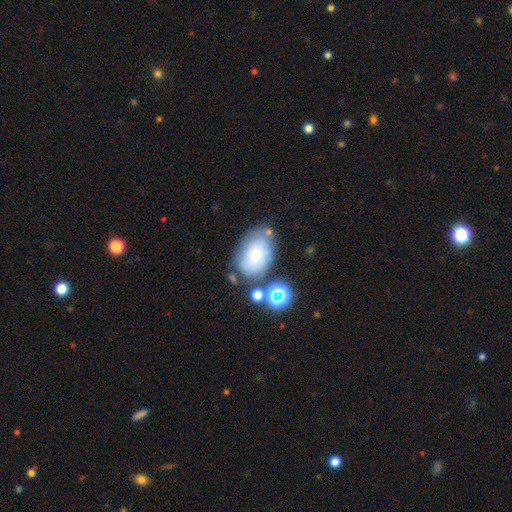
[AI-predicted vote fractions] Overall: smooth (67%). How rounded: in between (82%). Merging: none (59%; minor disturbance 22%).